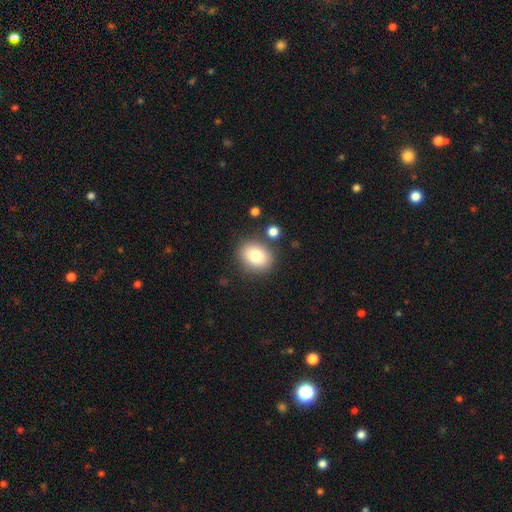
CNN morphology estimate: Smooth or featured? Predicted: smooth (p=0.81). How rounded? Predicted: round (p=0.56). Merging? Predicted: none (p=0.80).